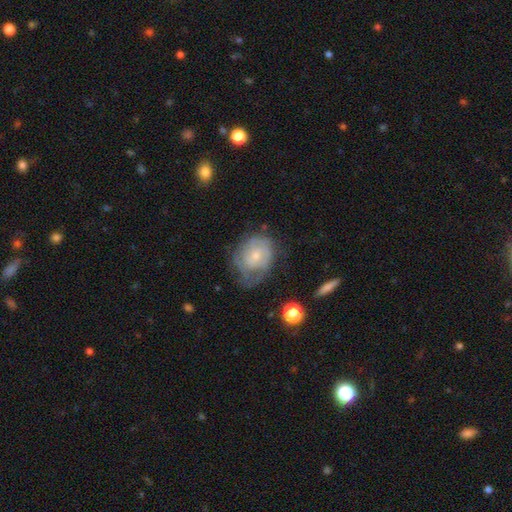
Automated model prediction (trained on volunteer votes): Smooth or featured? Predicted: featured or disk (p=0.70). Edge-on disk? Predicted: no (p=0.97). Bar? Predicted: no (p=0.70). Spiral arms? Predicted: yes (p=0.88). Spiral winding? Predicted: tight (p=0.59). Spiral arm count? Predicted: can't tell (p=0.41). Bulge size? Predicted: small (p=0.59). Merging? Predicted: none (p=0.52).